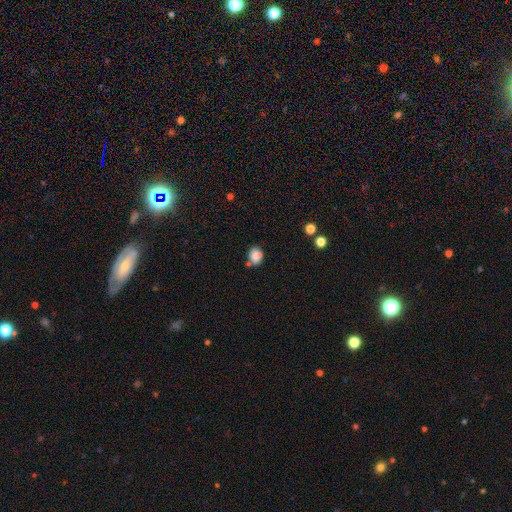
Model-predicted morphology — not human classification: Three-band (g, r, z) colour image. It shows a smooth galaxy with no disk features (84%) that is in between round and cigar-shaped (50%). Merging: none (63%).